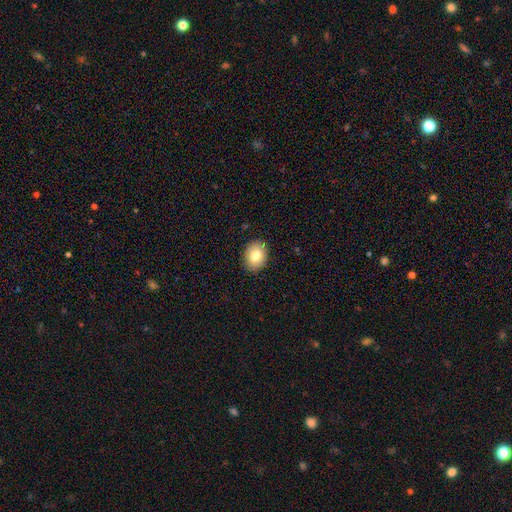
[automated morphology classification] This is clearly a smooth galaxy (81%). How rounded: likely in between (68%). Merging: clearly none (88%).